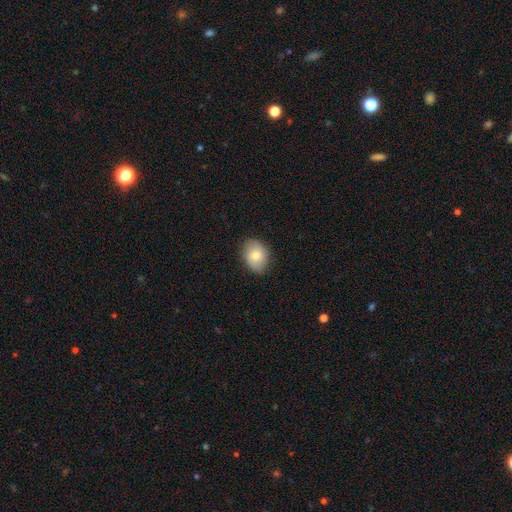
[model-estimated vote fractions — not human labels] Smooth or featured: smooth — 75% (featured or disk — 17%)
How rounded: in between — 61% (round — 38%)
Merging: none — 82% (minor disturbance — 14%)